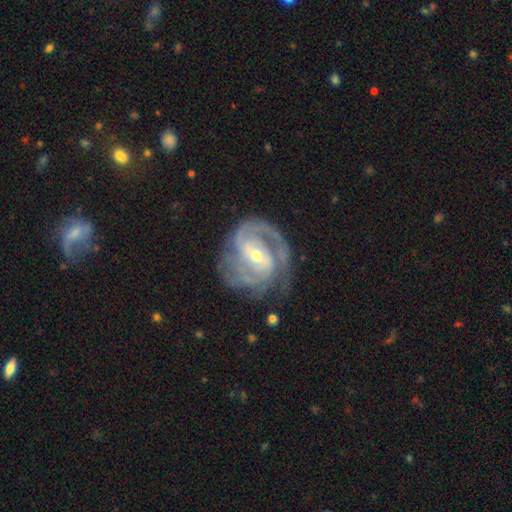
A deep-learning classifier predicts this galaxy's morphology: This appears to be a featured or disk galaxy (90%) with a weak bar (45%), 2 (48%) tight (54%) spiral arms (97%) and a small central bulge (53%). Merging: none (67%).